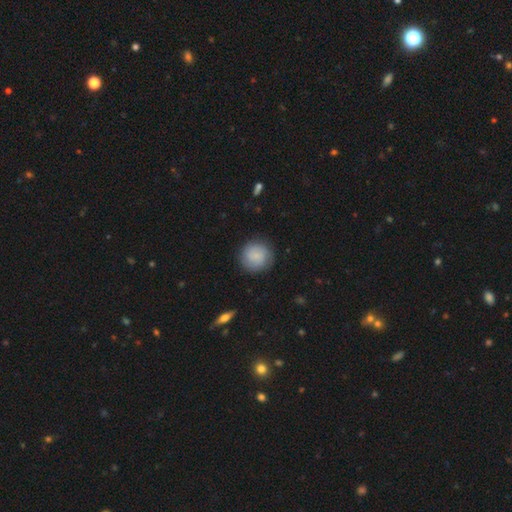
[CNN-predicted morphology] smooth 76%, featured or disk 17%, star or artifact 7%. Down the decision tree: how rounded — round (93%); merging — none (85%).